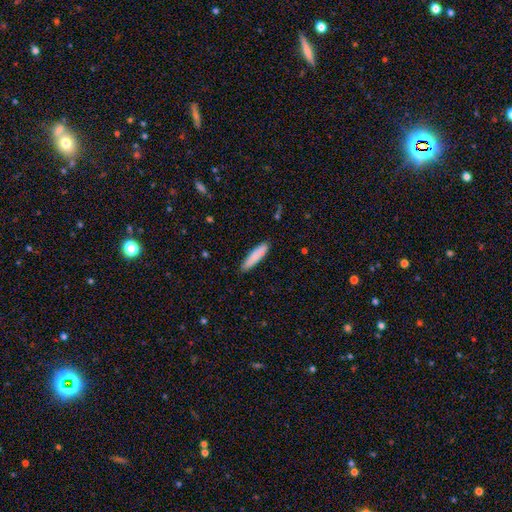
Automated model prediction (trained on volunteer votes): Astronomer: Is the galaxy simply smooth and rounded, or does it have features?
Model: smooth — 83%.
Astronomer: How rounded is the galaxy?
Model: cigar-shaped — 74%.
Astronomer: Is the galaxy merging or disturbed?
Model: none — 86%.